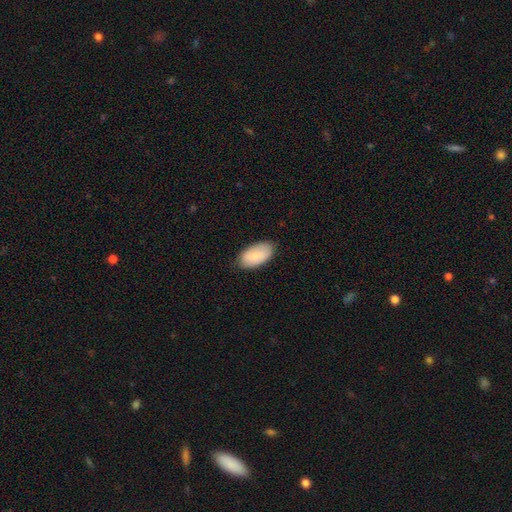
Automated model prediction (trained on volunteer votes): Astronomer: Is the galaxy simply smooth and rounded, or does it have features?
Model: smooth — 84%.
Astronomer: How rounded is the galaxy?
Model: in between — 96%.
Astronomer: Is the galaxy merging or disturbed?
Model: none — 82%.